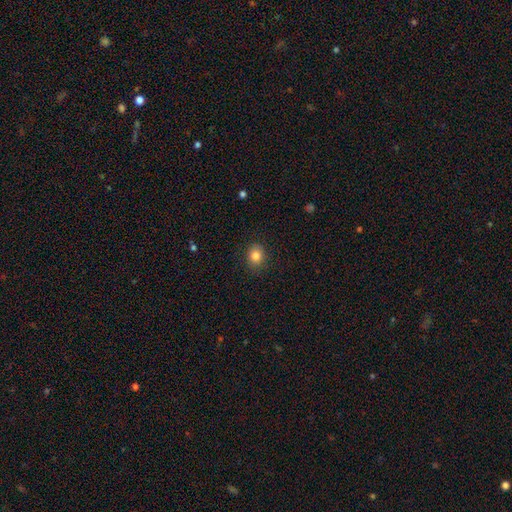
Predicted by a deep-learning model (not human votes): This is clearly a smooth galaxy (83%). How rounded: possibly round (55%). Merging: clearly none (87%).